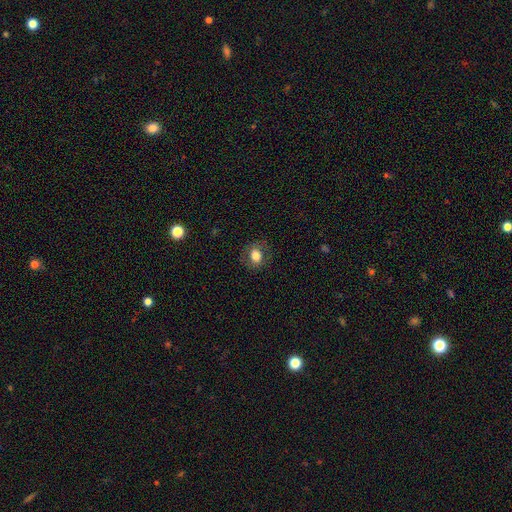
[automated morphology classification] Smooth or featured?
  - smooth: 76% *
  - featured or disk: 15%
  - star or artifact: 9%
How rounded?
  - round: 52% *
  - in between: 47%
  - cigar-shaped: 1%
Merging?
  - none: 81% *
  - minor disturbance: 12%
  - major disturbance: 6%
  - merger: 1%